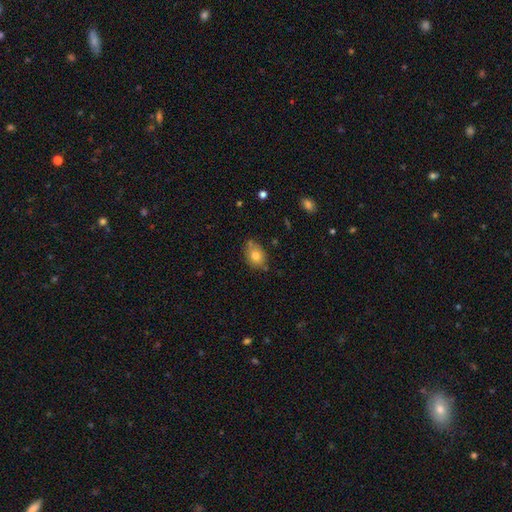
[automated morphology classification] This appears to be a smooth galaxy with no disk features (77%) that is in between round and cigar-shaped (60%). Merging: none (70%).